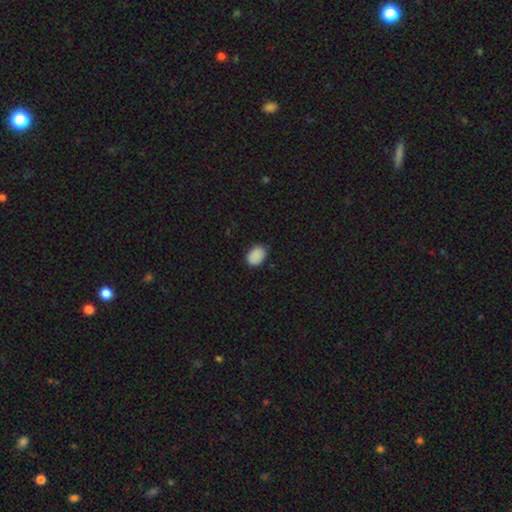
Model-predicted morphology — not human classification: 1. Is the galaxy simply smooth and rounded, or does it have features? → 89% smooth, 8% star or artifact, 3% featured or disk.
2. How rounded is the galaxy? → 76% in between, 23% round, 1% cigar-shaped.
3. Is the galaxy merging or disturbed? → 77% none, 19% minor disturbance, 3% major disturbance, 1% merger.